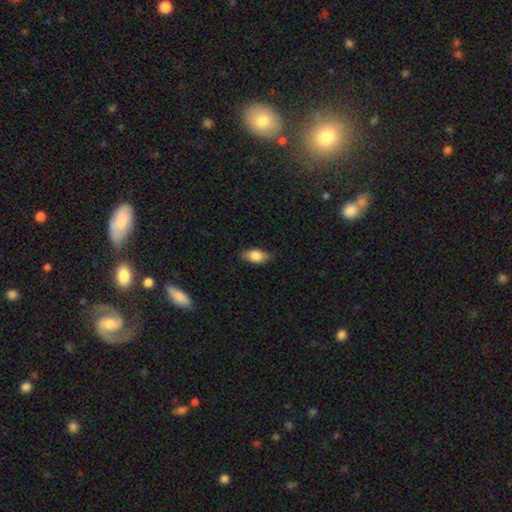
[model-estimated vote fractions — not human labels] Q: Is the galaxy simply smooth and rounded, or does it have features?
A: smooth — 80%.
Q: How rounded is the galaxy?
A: in between — 88%.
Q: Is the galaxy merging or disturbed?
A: none — 80%.